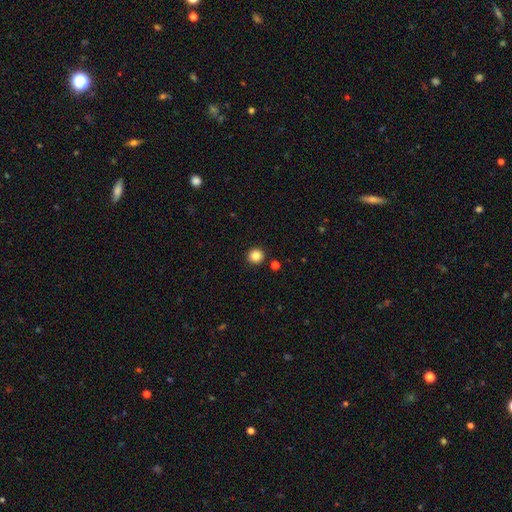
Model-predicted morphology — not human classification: Overall: smooth (85%). How rounded: round (95%). Merging: none (92%).